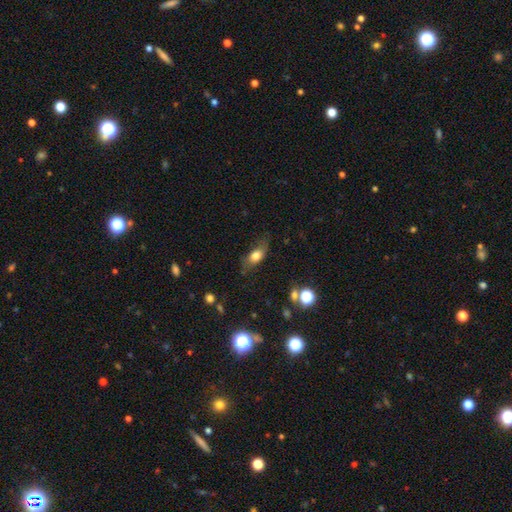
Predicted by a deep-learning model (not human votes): smooth 71%, featured or disk 20%, star or artifact 9%. Down the decision tree: how rounded — in between (77%); merging — none (63%).